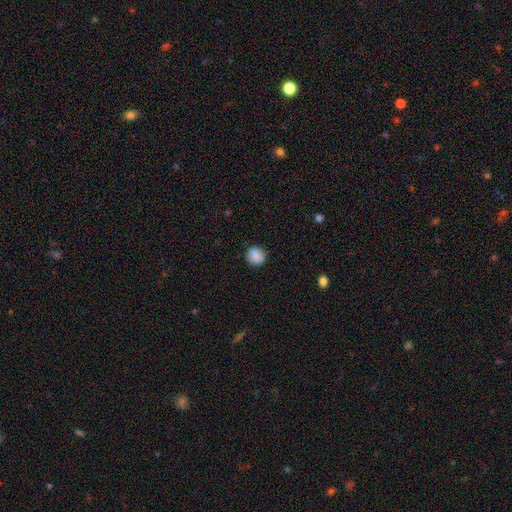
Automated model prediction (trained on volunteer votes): Smooth or featured?
  - smooth: 82% *
  - featured or disk: 10%
  - star or artifact: 9%
How rounded?
  - round: 89% *
  - in between: 10%
  - cigar-shaped: 1%
Merging?
  - none: 85% *
  - minor disturbance: 11%
  - major disturbance: 3%
  - merger: 1%